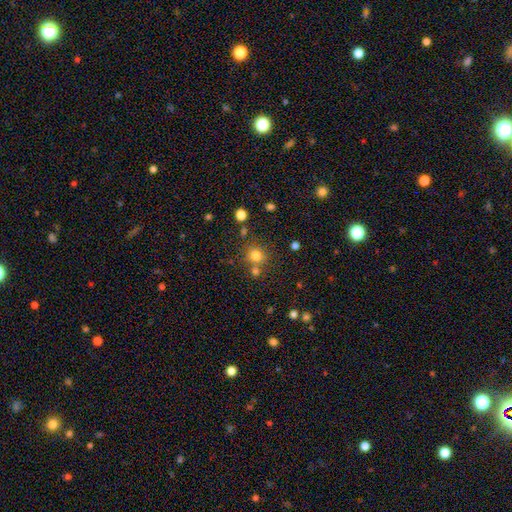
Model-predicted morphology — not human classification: Q: Smooth or featured?
A: smooth (78%); runner-up: star or artifact (15%)
Q: How rounded?
A: round (88%); runner-up: in between (11%)
Q: Merging?
A: none (71%); runner-up: merger (18%)